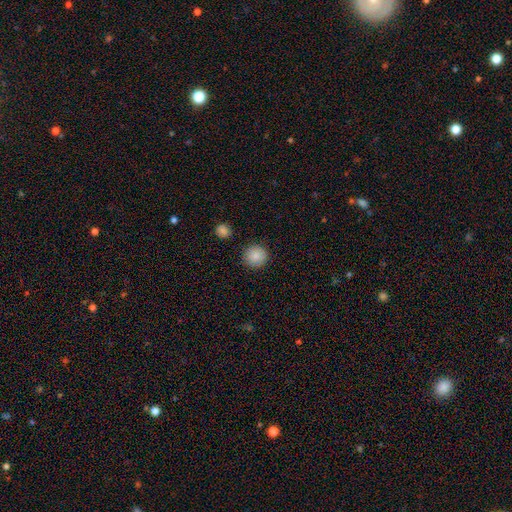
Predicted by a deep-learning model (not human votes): smooth-or-featured: smooth: 87% | star or artifact: 8% | featured or disk: 5%
  how-rounded: round: 94% | in between: 5% | cigar-shaped: 1%
  merging: none: 90% | minor disturbance: 6% | major disturbance: 2% | merger: 2%